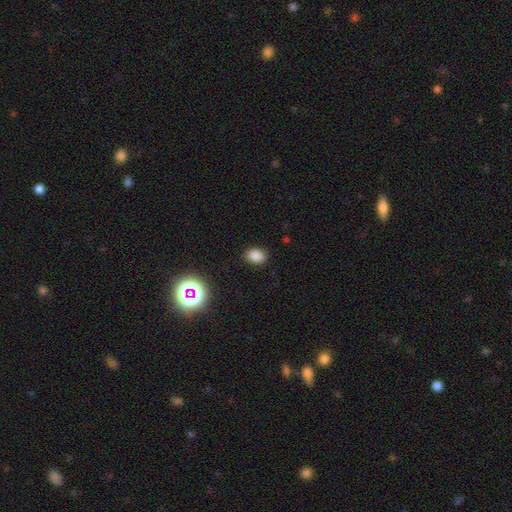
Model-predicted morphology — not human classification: smooth_or_featured: smooth (p=0.81) [alt: star or artifact p=0.14]
how_rounded: in between (p=0.73) [alt: round p=0.25]
merging: none (p=0.88) [alt: minor disturbance p=0.09]